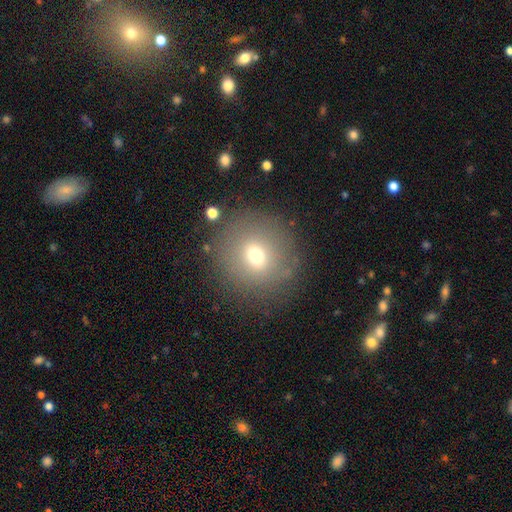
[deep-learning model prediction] This is likely a smooth galaxy (67%). How rounded: clearly round (90%). Merging: clearly none (83%).